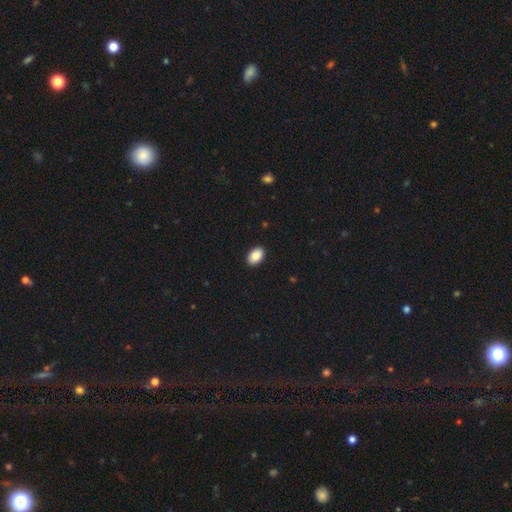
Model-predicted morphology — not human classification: Smooth or featured? smooth (89%)
How rounded? in between (90%)
Merging? none (91%)